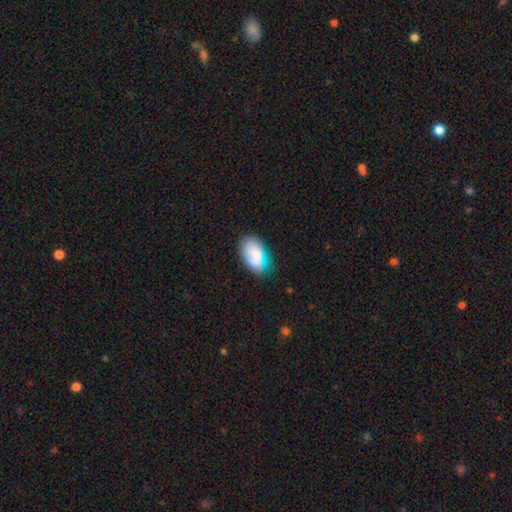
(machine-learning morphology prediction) Smooth or featured? smooth (78%)
How rounded? in between (92%)
Merging? none (67%)